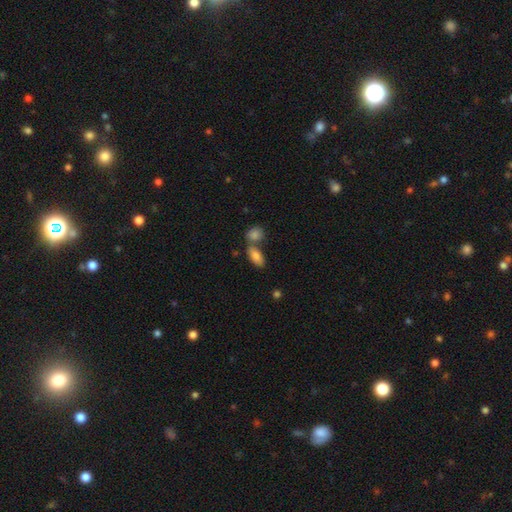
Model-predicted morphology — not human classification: This is clearly a smooth galaxy (83%). How rounded: clearly in between (90%). Merging: possibly none (49%).